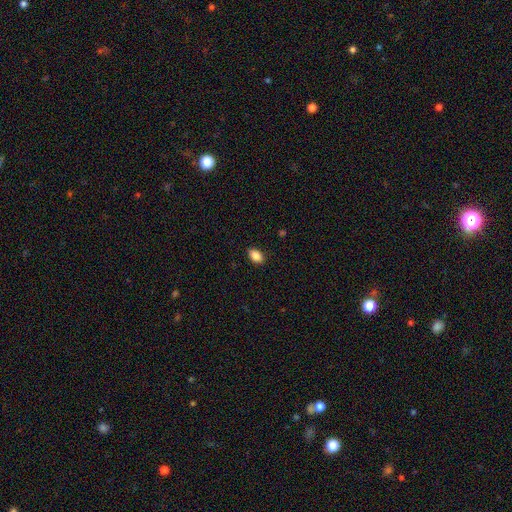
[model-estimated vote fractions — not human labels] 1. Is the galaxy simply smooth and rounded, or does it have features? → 87% smooth, 8% star or artifact, 5% featured or disk.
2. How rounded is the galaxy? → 88% in between, 11% round, 2% cigar-shaped.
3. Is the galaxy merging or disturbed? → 89% none, 8% minor disturbance, 2% major disturbance, 1% merger.